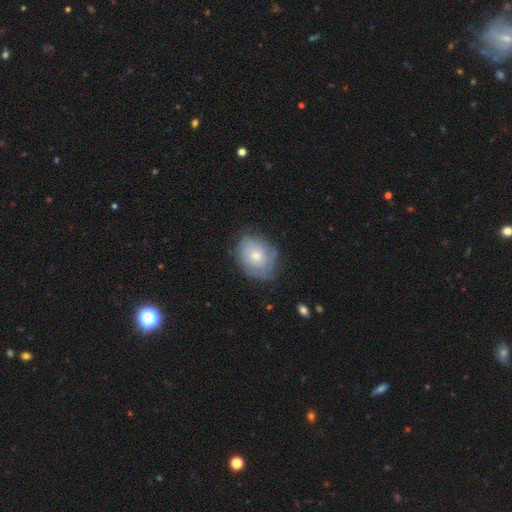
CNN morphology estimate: smooth-or-featured: smooth: 51% | featured or disk: 41% | star or artifact: 7%
  how-rounded: round: 50% | in between: 49% | cigar-shaped: 1%
  merging: none: 66% | minor disturbance: 24% | major disturbance: 8% | merger: 1%